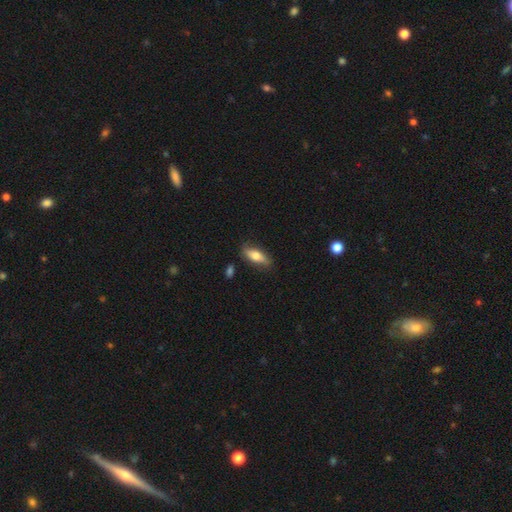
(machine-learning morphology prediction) This appears to be a smooth galaxy with no disk features (69%) that is in between round and cigar-shaped (69%). Merging: none (76%).